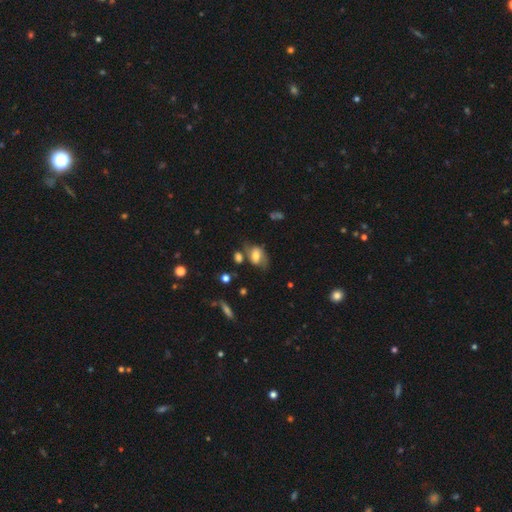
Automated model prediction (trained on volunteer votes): A featured or disk galaxy (48%). Merging: none (48%).